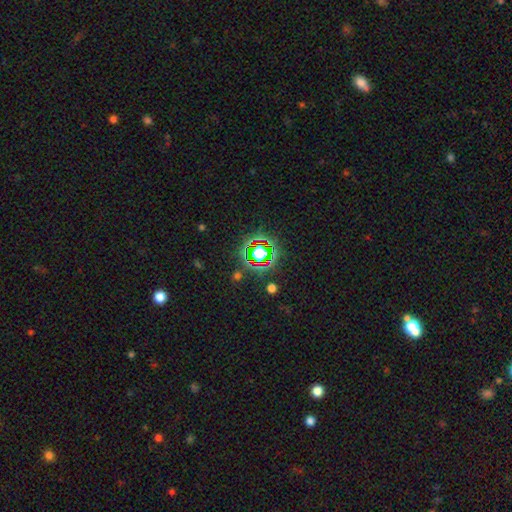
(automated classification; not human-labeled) Overall: star or artifact (69%).